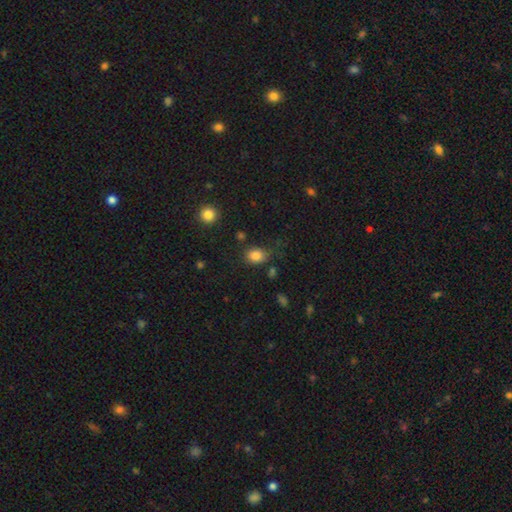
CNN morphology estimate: This is clearly a smooth galaxy (83%). How rounded: possibly in between (52%). Merging: likely none (70%).